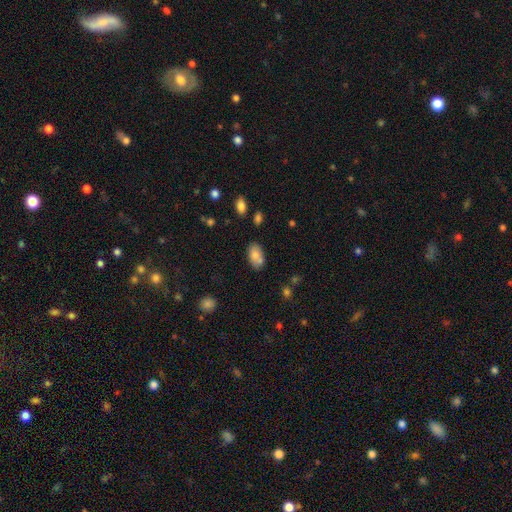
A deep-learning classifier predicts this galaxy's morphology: Smooth or featured: smooth — 81% (featured or disk — 11%)
How rounded: in between — 94% (round — 4%)
Merging: none — 69% (minor disturbance — 16%)